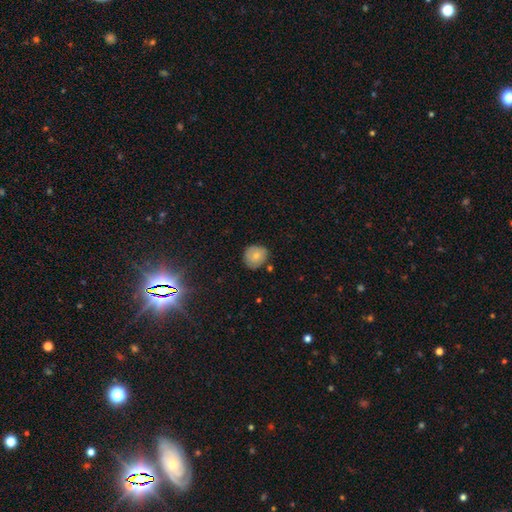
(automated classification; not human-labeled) smooth_or_featured: smooth (p=0.74) [alt: featured or disk p=0.17]
how_rounded: round (p=0.81) [alt: in between p=0.18]
merging: none (p=0.73) [alt: minor disturbance p=0.20]